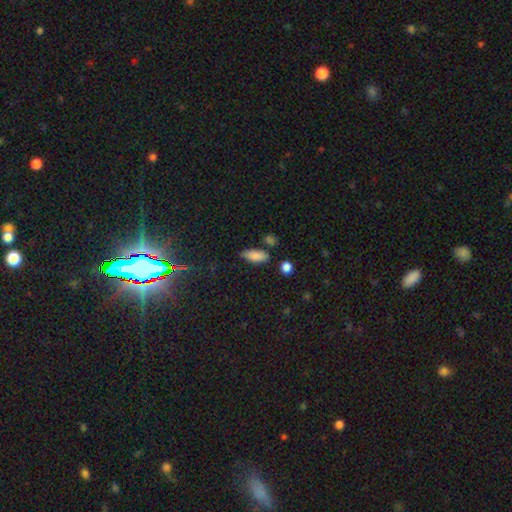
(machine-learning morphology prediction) The model was most divided on "merging": none: 66%, minor disturbance: 22%, merger: 7%, major disturbance: 5%. More confident: smooth or featured — smooth (84%); how rounded — in between (81%).